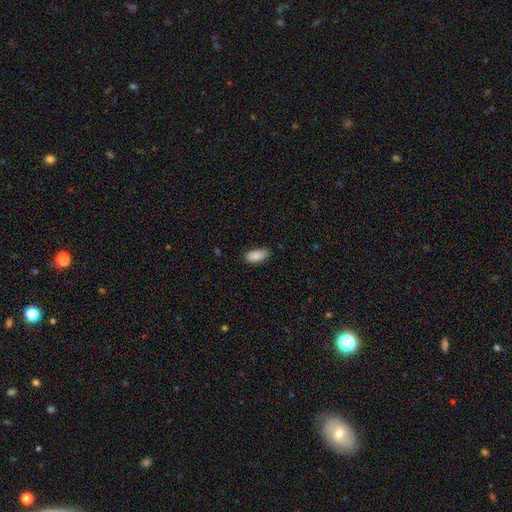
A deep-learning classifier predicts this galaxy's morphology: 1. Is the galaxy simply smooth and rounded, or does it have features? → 88% smooth, 7% star or artifact, 5% featured or disk.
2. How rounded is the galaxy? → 91% in between, 7% cigar-shaped, 2% round.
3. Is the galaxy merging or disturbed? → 68% none, 27% minor disturbance, 4% major disturbance, 1% merger.